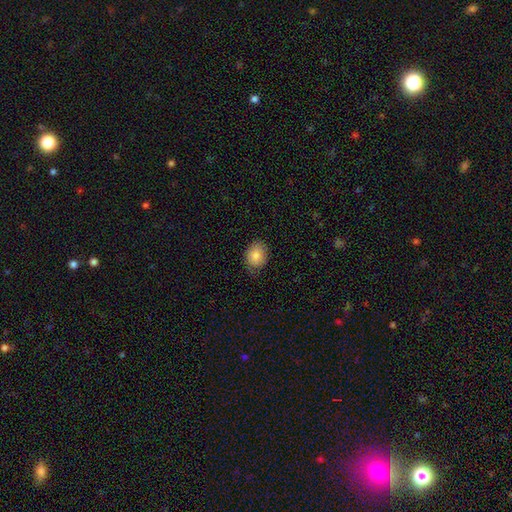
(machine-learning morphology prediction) Smooth or featured? smooth (84%)
How rounded? in between (56%)
Merging? none (70%)